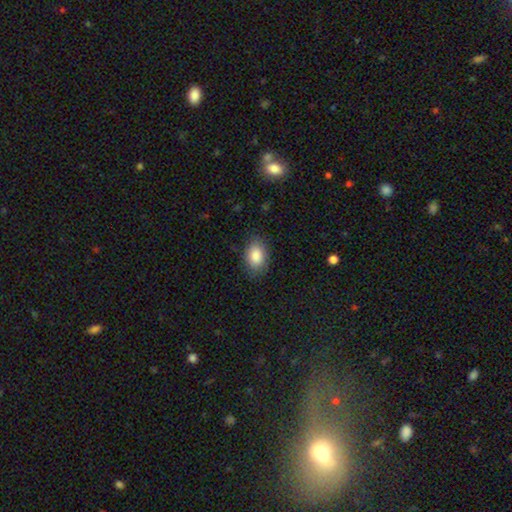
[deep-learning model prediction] The model was most divided on "how rounded": in between: 84%, round: 15%, cigar-shaped: 1%. More confident: smooth or featured — smooth (87%); merging — none (83%).